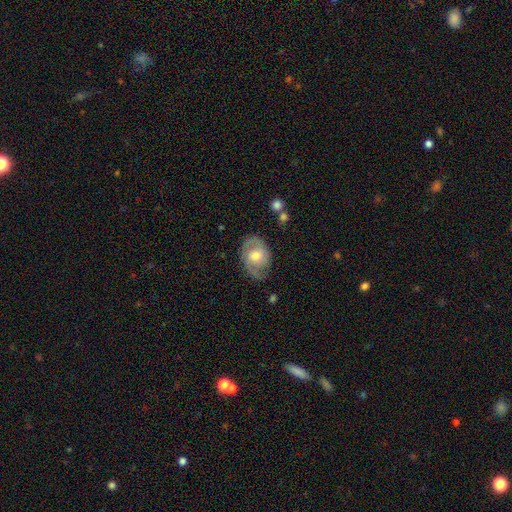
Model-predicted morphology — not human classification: smooth_or_featured: featured or disk (p=0.68) [alt: smooth p=0.26]
disk_edge_on: no (p=0.96) [alt: yes p=0.04]
bar: no (p=0.58) [alt: weak p=0.35]
has_spiral_arms: yes (p=0.84) [alt: no p=0.16]
spiral_winding: medium (p=0.48) [alt: tight p=0.34]
spiral_arm_count: 2 (p=0.78) [alt: can't tell p=0.12]
bulge_size: moderate (p=0.68) [alt: small p=0.22]
merging: none (p=0.71) [alt: minor disturbance p=0.21]